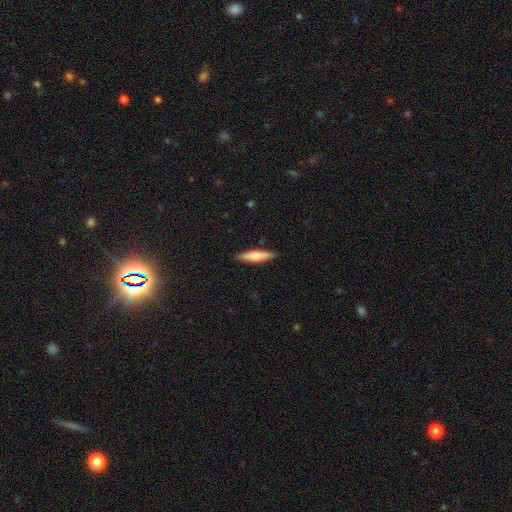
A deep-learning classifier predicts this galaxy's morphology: A smooth galaxy with no disk features (65%) that is cigar-shaped (82%). Merging: none (89%).